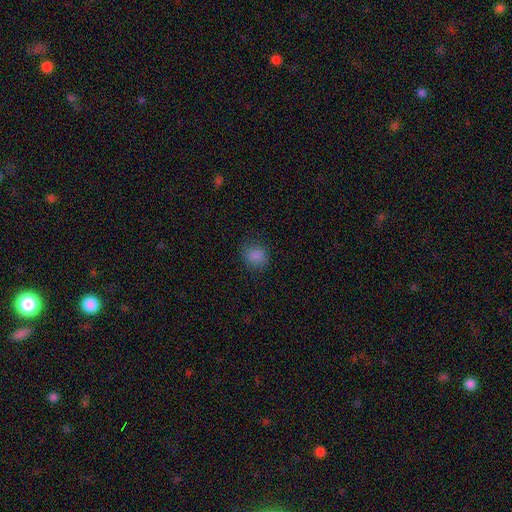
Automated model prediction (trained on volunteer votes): A smooth galaxy with no disk features (85%) that is round (75%).

Vote fractions:
- Smooth or featured? smooth: 85% / star or artifact: 11% / featured or disk: 4%
- How rounded? round: 75% / in between: 24% / cigar-shaped: 1%
- Merging? none: 82% / minor disturbance: 12% / major disturbance: 4% / merger: 1%